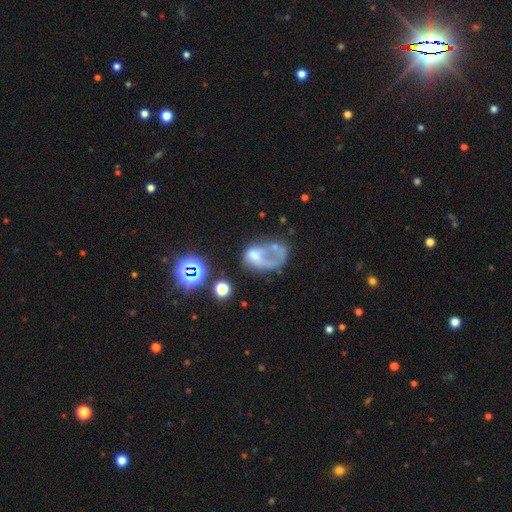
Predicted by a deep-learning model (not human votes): featured or disk 49%, smooth 34%, star or artifact 17%. Down the decision tree: merging — major disturbance (42%).